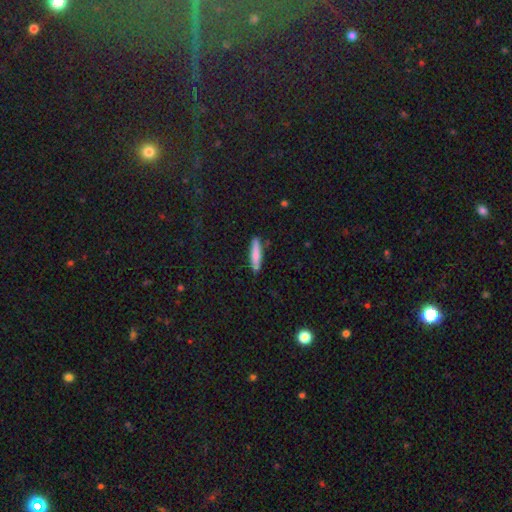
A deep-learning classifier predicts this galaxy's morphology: A smooth galaxy with no disk features (76%) that is cigar-shaped (86%). Merging: none (87%).